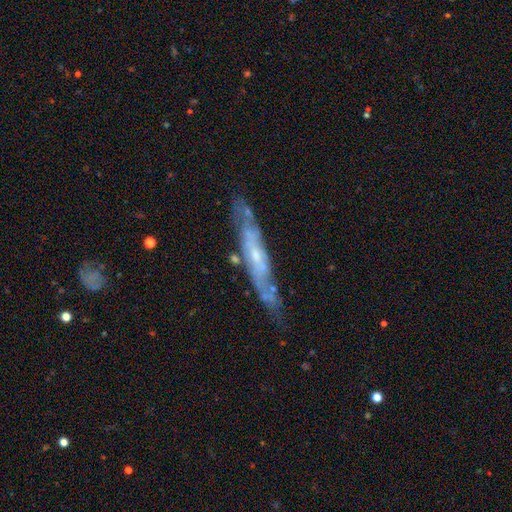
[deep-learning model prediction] Smooth or featured? Predicted: featured or disk (p=0.77). Edge-on disk? Predicted: yes (p=0.57). Merging? Predicted: none (p=0.72).